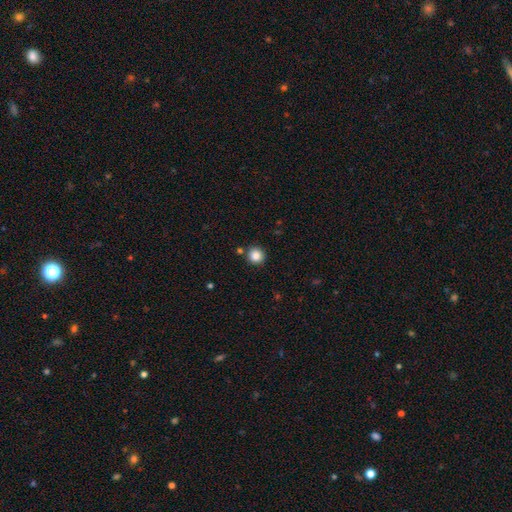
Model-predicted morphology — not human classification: type=smooth (85%); roundness=round (94%); merging=none (87%).